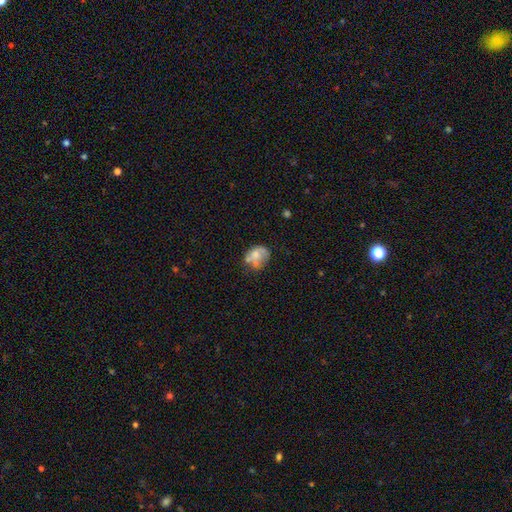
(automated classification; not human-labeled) Overall: smooth (57%; featured or disk 33%). How rounded: in between (50%; round 49%). Merging: none (35%; minor disturbance 27%).